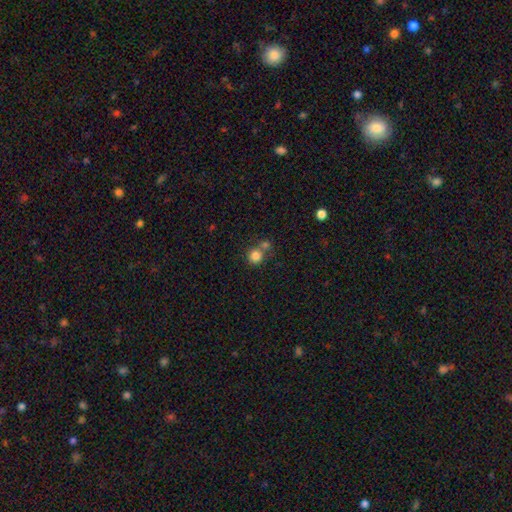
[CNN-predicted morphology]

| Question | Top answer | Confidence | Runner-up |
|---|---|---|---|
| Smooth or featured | smooth | 82% | star or artifact (11%) |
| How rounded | round | 91% | in between (8%) |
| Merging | none | 56% | merger (33%) |